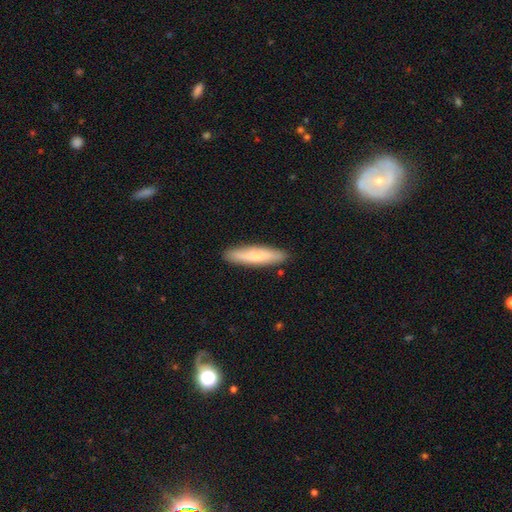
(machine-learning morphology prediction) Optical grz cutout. It shows a smooth galaxy with no disk features (72%) that is cigar-shaped (81%). Merging: none (88%).